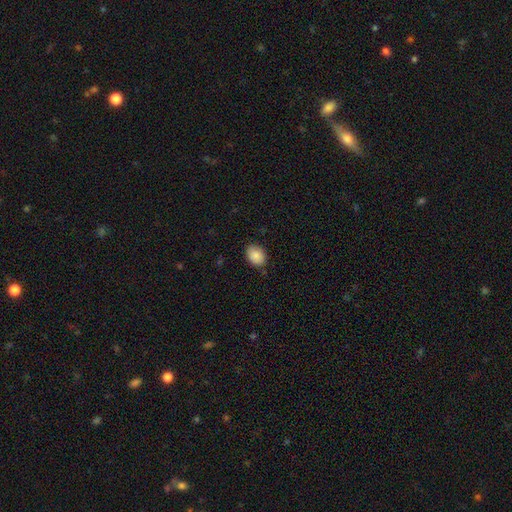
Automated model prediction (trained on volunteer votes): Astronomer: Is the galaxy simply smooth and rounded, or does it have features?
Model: smooth — 88%.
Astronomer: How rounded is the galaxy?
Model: in between — 69%.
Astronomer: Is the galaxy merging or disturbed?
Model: none — 85%.